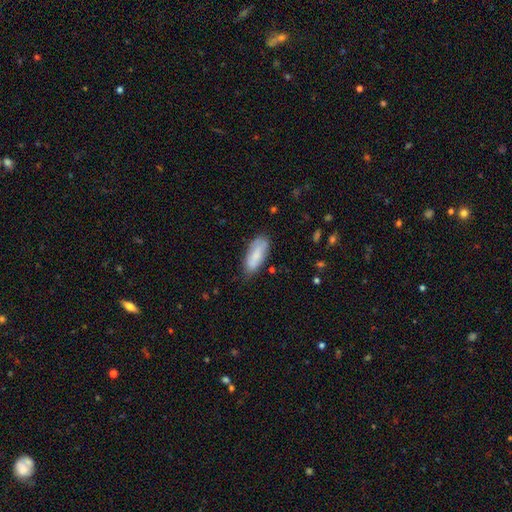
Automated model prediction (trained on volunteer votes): smooth-or-featured: smooth: 74% | featured or disk: 19% | star or artifact: 7%
  how-rounded: in between: 80% | cigar-shaped: 18% | round: 2%
  merging: none: 64% | minor disturbance: 28% | major disturbance: 6% | merger: 2%